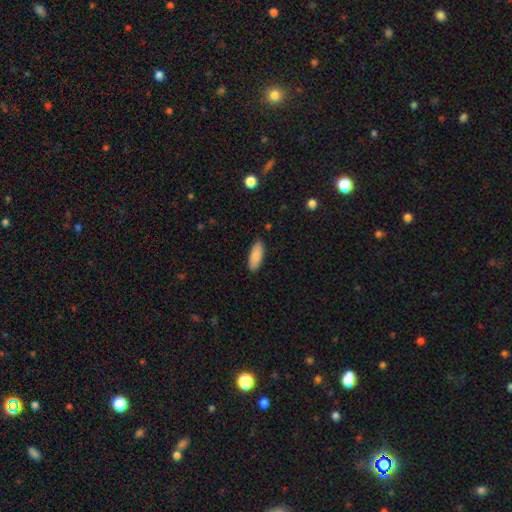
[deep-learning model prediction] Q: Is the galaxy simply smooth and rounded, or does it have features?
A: smooth — 88%.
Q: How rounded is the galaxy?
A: in between — 73%.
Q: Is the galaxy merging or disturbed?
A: none — 87%.